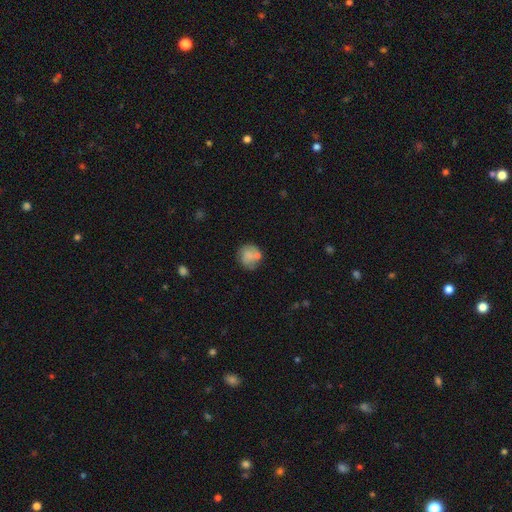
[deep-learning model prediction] smooth-or-featured: smooth: 69% | featured or disk: 20% | star or artifact: 11%
  how-rounded: round: 83% | in between: 16% | cigar-shaped: 1%
  merging: none: 61% | minor disturbance: 18% | merger: 14% | major disturbance: 6%